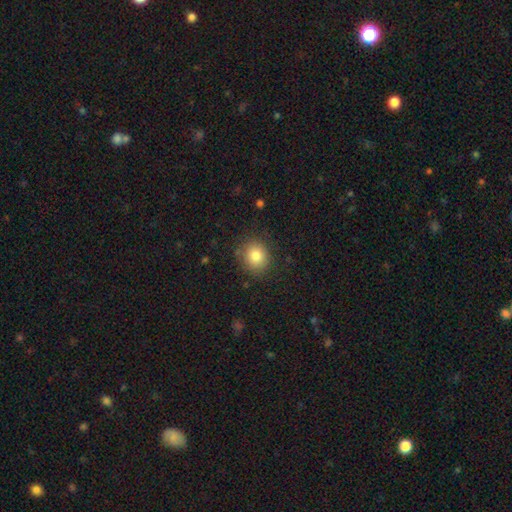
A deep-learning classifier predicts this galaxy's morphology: A smooth galaxy with no disk features (83%) that is round (80%).

Vote fractions:
- Smooth or featured? smooth: 83% / star or artifact: 10% / featured or disk: 7%
- How rounded? round: 80% / in between: 19% / cigar-shaped: 1%
- Merging? none: 84% / minor disturbance: 11% / major disturbance: 3% / merger: 1%